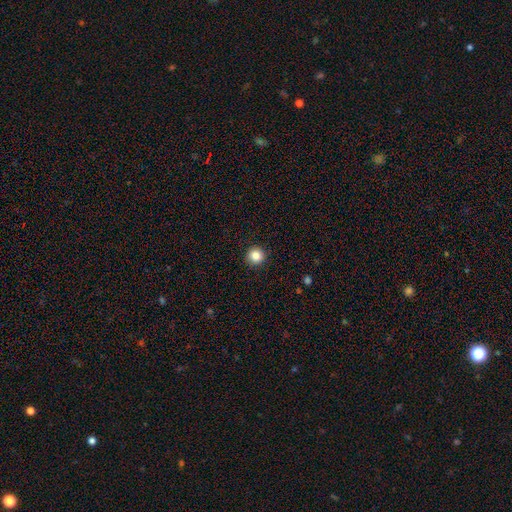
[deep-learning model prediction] Smooth or featured: smooth — 86% (star or artifact — 10%)
How rounded: round — 94% (in between — 5%)
Merging: none — 92% (minor disturbance — 5%)